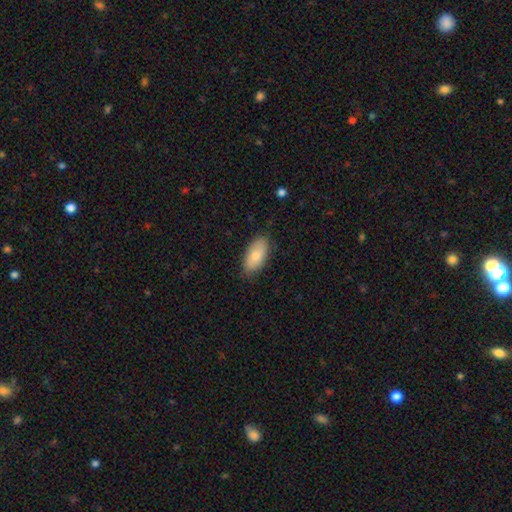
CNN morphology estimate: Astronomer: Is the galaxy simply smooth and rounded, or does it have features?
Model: smooth — 80%.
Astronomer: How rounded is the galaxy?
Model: in between — 92%.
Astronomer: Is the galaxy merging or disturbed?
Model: none — 82%.